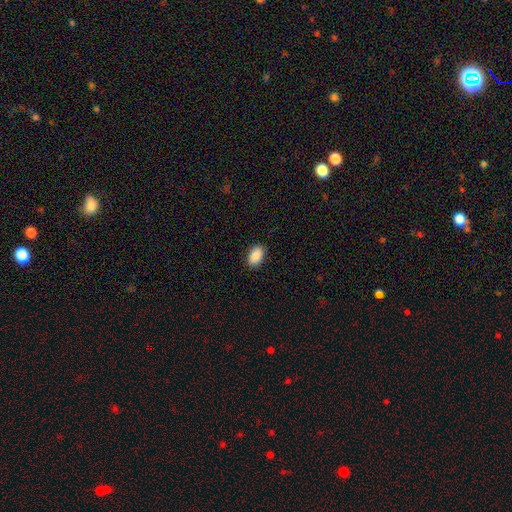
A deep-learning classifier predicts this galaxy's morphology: Smooth or featured: smooth — 89% (star or artifact — 7%)
How rounded: in between — 91% (round — 8%)
Merging: none — 88% (minor disturbance — 9%)